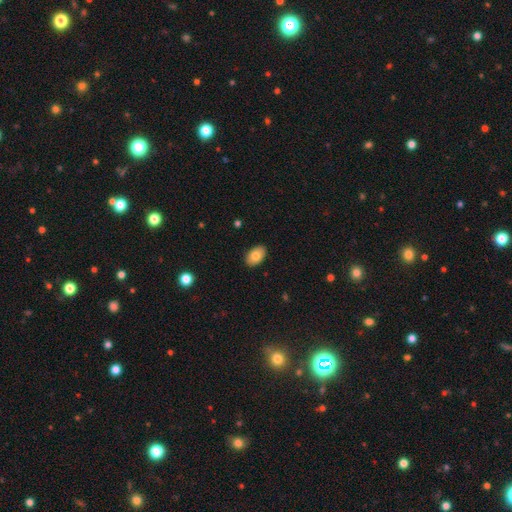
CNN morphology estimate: Smooth or featured?
  - smooth: 79% *
  - featured or disk: 14%
  - star or artifact: 7%
How rounded?
  - in between: 91% *
  - round: 8%
  - cigar-shaped: 1%
Merging?
  - none: 89% *
  - minor disturbance: 8%
  - major disturbance: 2%
  - merger: 1%